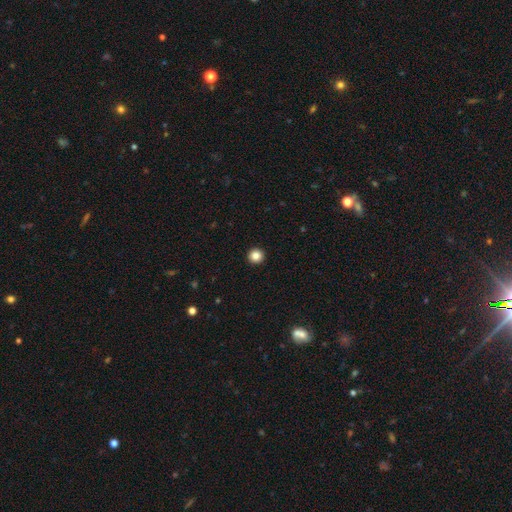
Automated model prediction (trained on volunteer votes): This is clearly a smooth galaxy (85%). How rounded: clearly round (96%). Merging: clearly none (94%).